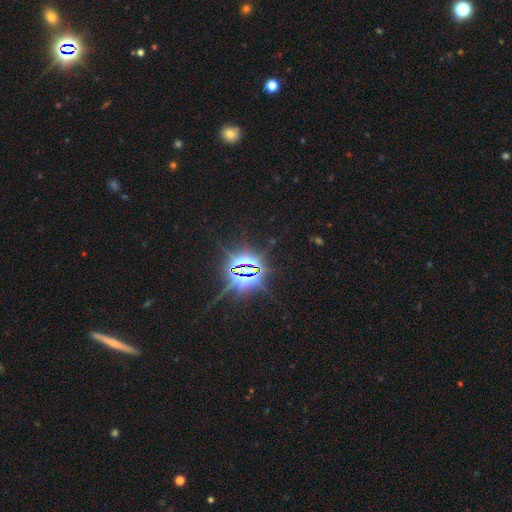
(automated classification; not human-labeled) Overall: star or artifact (84%).